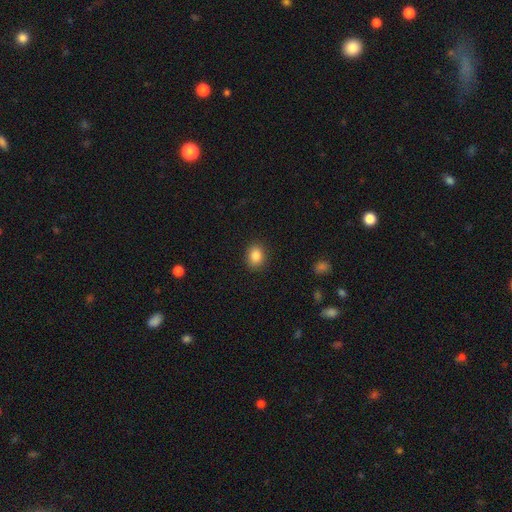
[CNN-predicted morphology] This is clearly a smooth galaxy (86%). How rounded: possibly in between (50%). Merging: clearly none (90%).